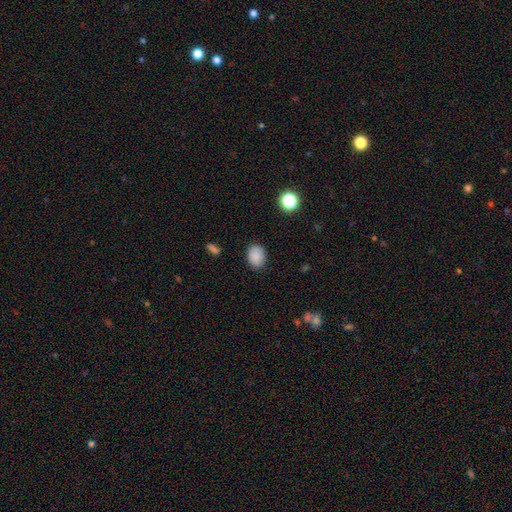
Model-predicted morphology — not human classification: smooth 86%, star or artifact 10%, featured or disk 5%. Down the decision tree: how rounded — in between (54%); merging — none (84%).